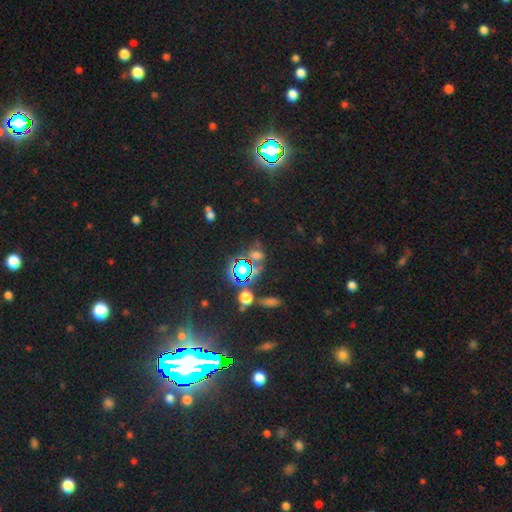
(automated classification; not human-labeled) Smooth or featured? Predicted: star or artifact (p=0.60).